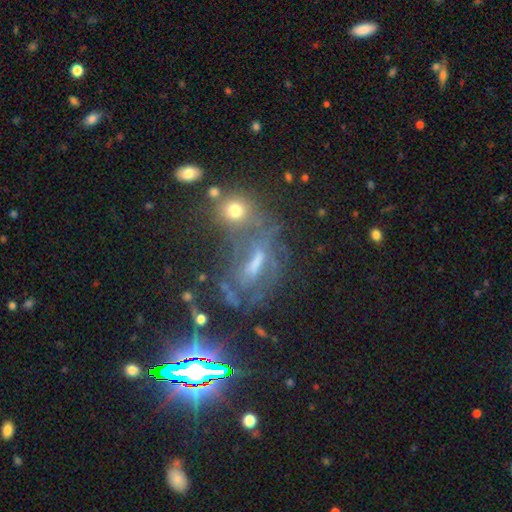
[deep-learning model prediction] Smooth or featured? Predicted: star or artifact (p=0.42).